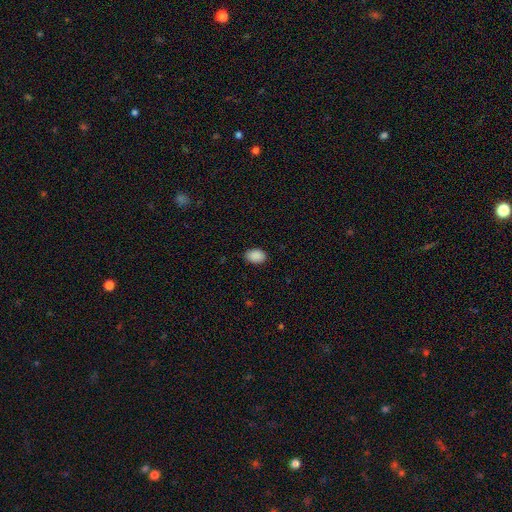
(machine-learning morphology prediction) A smooth galaxy with no disk features (90%) that is in between round and cigar-shaped (83%).

Vote fractions:
- Smooth or featured? smooth: 90% / star or artifact: 7% / featured or disk: 3%
- How rounded? in between: 83% / round: 16% / cigar-shaped: 1%
- Merging? none: 87% / minor disturbance: 10% / major disturbance: 2% / merger: 1%